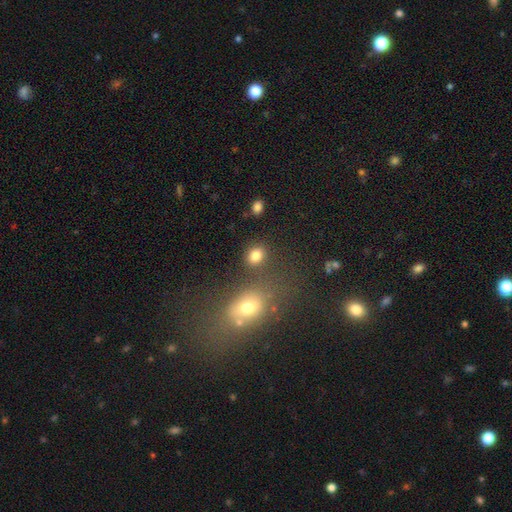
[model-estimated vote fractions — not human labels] This appears to be a smooth galaxy with no disk features (81%) that is round (51%). Merging: none (75%).